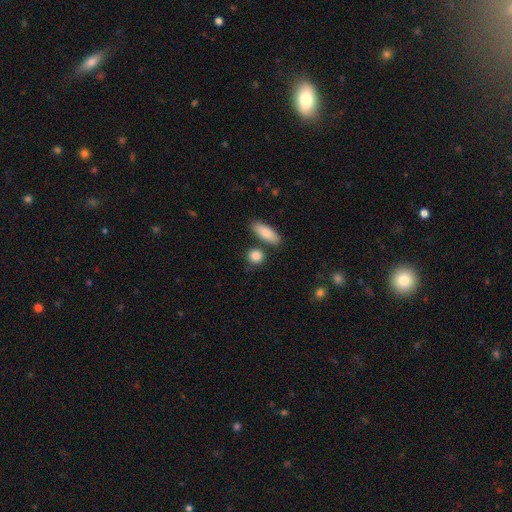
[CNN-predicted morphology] Overall: smooth (87%). How rounded: round (68%). Merging: none (76%).